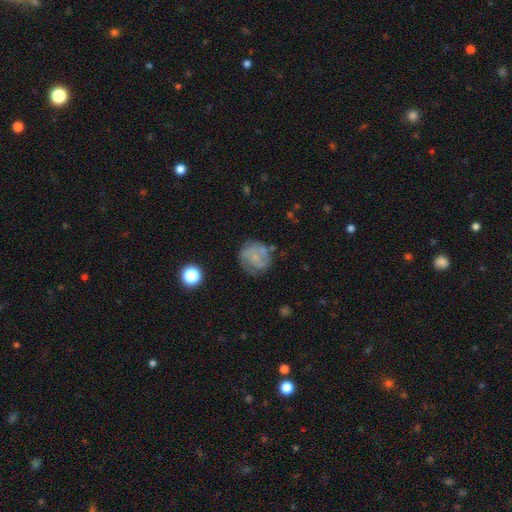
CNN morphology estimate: Smooth or featured?
  - featured or disk: 58% *
  - smooth: 33%
  - star or artifact: 8%
Edge-on disk?
  - no: 98% *
  - yes: 2%
Bar?
  - no: 71% *
  - weak: 25%
  - strong: 4%
Spiral arms?
  - yes: 80% *
  - no: 20%
Bulge size?
  - small: 53% *
  - none: 30%
  - moderate: 14%
  - large: 2%
  - dominant: 1%
Merging?
  - none: 64% *
  - minor disturbance: 22%
  - major disturbance: 11%
  - merger: 3%